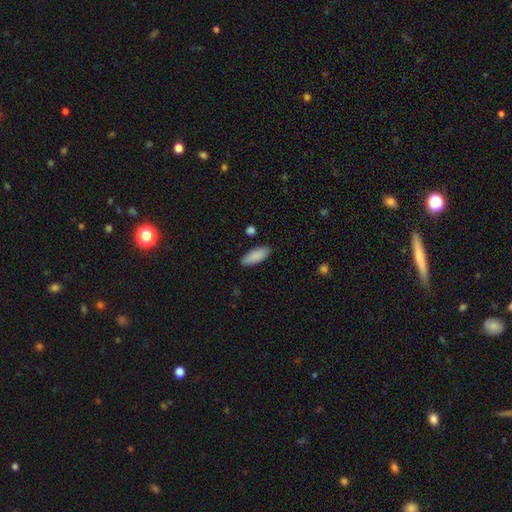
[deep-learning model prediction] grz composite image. It shows a smooth galaxy with no disk features (89%) that is in between round and cigar-shaped (80%). Merging: none (86%).